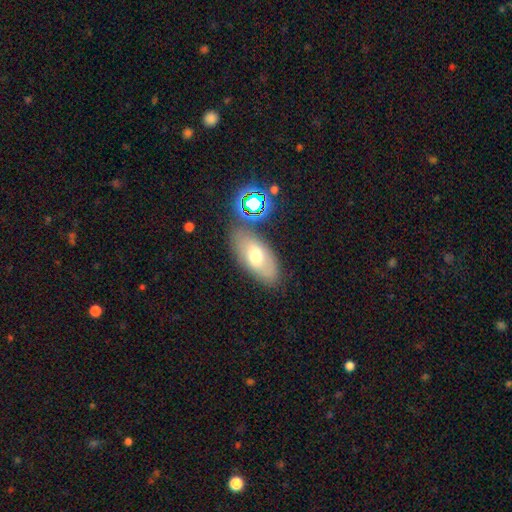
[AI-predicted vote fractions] The model was most divided on "smooth or featured": smooth: 59%, featured or disk: 29%, star or artifact: 12%. More confident: how rounded — in between (89%); merging — none (74%).